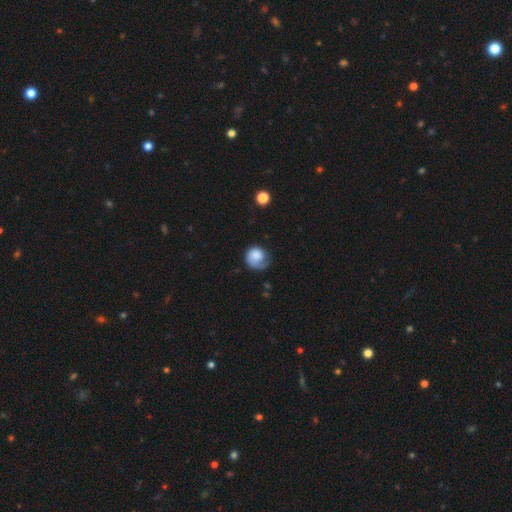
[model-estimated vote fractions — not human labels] Morphology: type=smooth (61%); roundness=round (78%); merging=none (45%).